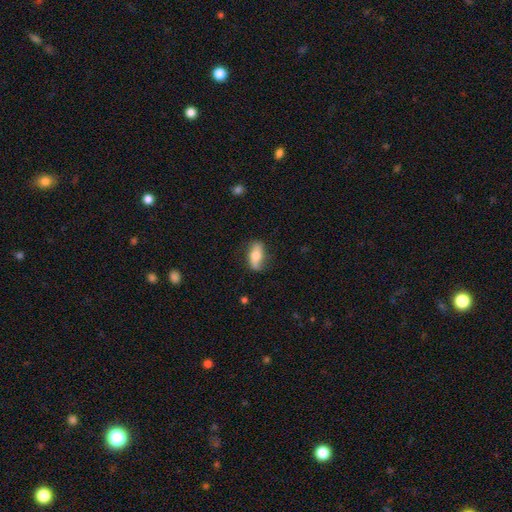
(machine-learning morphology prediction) The model was most divided on "smooth or featured": smooth: 52%, featured or disk: 41%, star or artifact: 7%. More confident: how rounded — in between (81%); merging — none (73%).